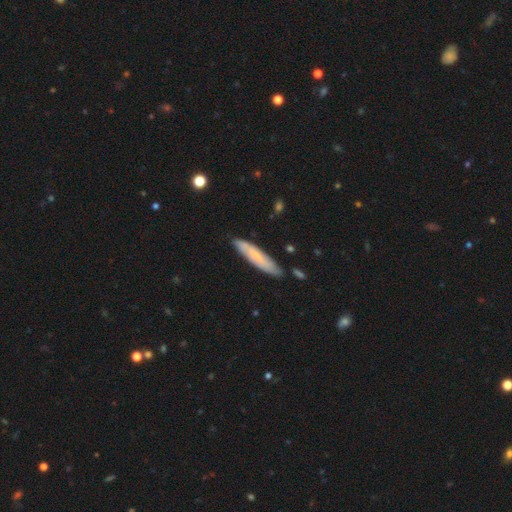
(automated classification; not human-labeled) Morphology: type=smooth (61%); roundness=cigar-shaped (84%); merging=none (80%).